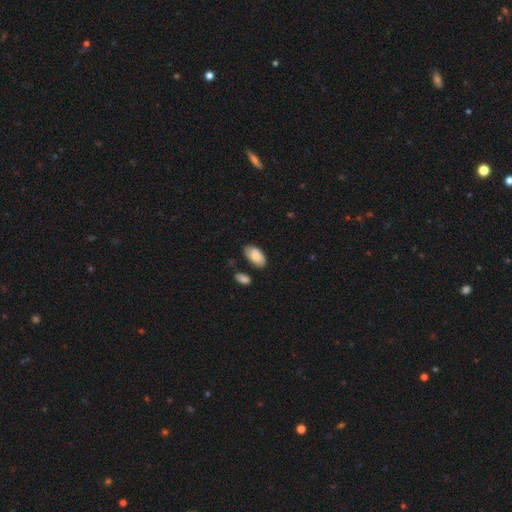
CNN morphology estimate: A smooth galaxy with no disk features (80%) that is in between round and cigar-shaped (95%).

Vote fractions:
- Smooth or featured? smooth: 80% / featured or disk: 14% / star or artifact: 6%
- How rounded? in between: 95% / round: 3% / cigar-shaped: 2%
- Merging? none: 70% / minor disturbance: 21% / merger: 5% / major disturbance: 4%